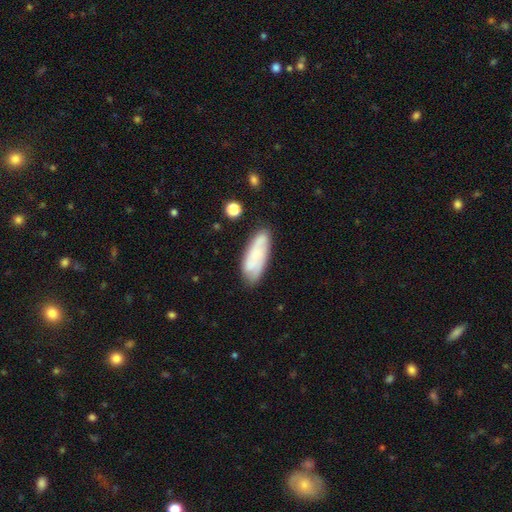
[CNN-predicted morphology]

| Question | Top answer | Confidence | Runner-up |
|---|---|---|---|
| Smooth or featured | smooth | 51% | featured or disk (41%) |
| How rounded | in between | 69% | cigar-shaped (29%) |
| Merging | none | 75% | minor disturbance (18%) |